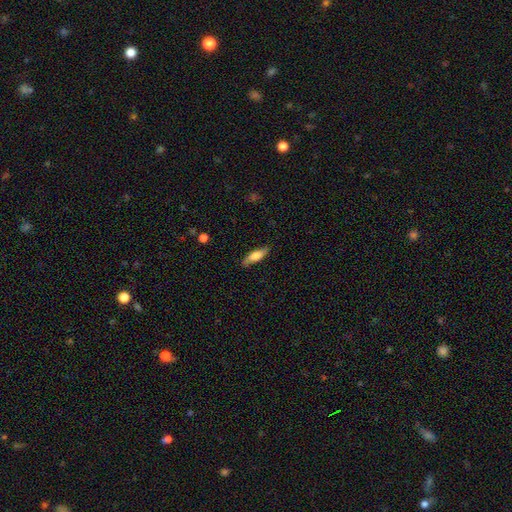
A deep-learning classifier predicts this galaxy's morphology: smooth-or-featured: smooth: 67% | featured or disk: 27% | star or artifact: 6%
  how-rounded: cigar-shaped: 54% | in between: 43% | round: 2%
  merging: none: 83% | minor disturbance: 13% | major disturbance: 3% | merger: 1%